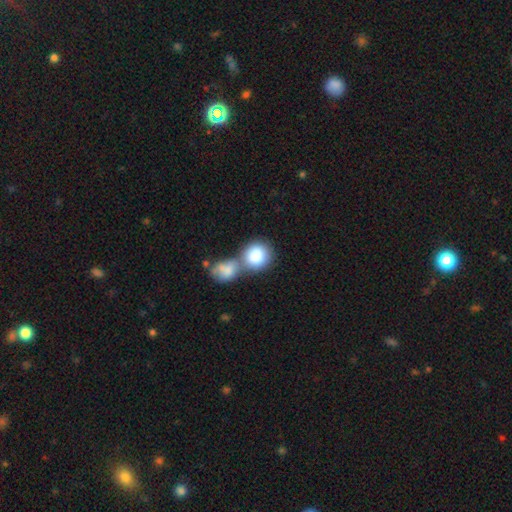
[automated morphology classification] Smooth or featured? Predicted: smooth (p=0.84). How rounded? Predicted: round (p=0.77). Merging? Predicted: merger (p=0.62).